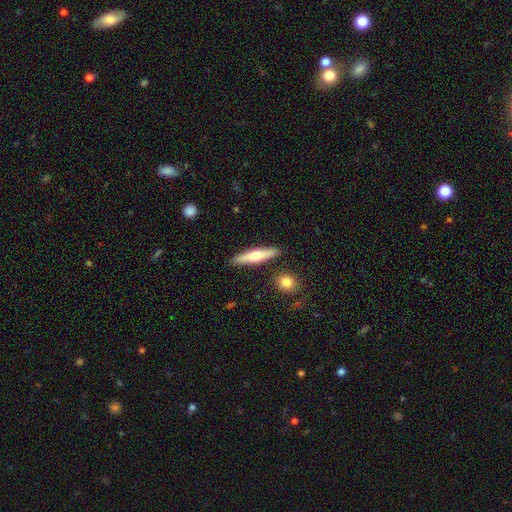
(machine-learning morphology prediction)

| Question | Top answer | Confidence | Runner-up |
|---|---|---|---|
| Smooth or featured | smooth | 54% | featured or disk (40%) |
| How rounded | cigar-shaped | 84% | in between (14%) |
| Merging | none | 87% | minor disturbance (8%) |